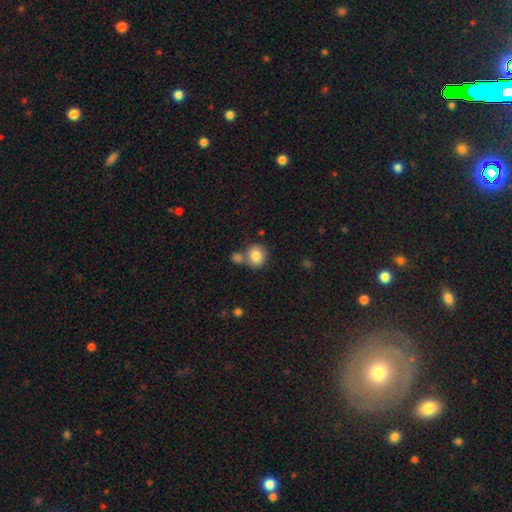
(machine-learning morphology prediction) smooth 83%, featured or disk 9%, star or artifact 8%. Down the decision tree: how rounded — round (83%); merging — none (57%).